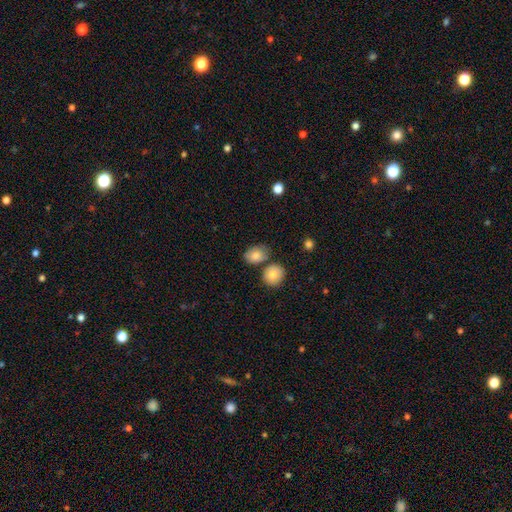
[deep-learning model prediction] Smooth or featured? Predicted: smooth (p=0.80). How rounded? Predicted: in between (p=0.73). Merging? Predicted: none (p=0.63).